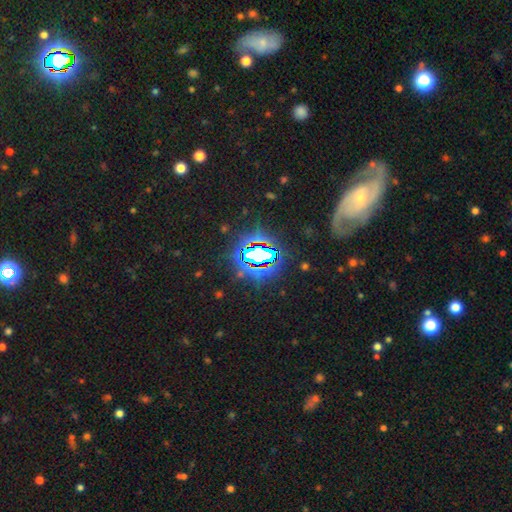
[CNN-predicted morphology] Smooth or featured? Predicted: star or artifact (p=0.59).